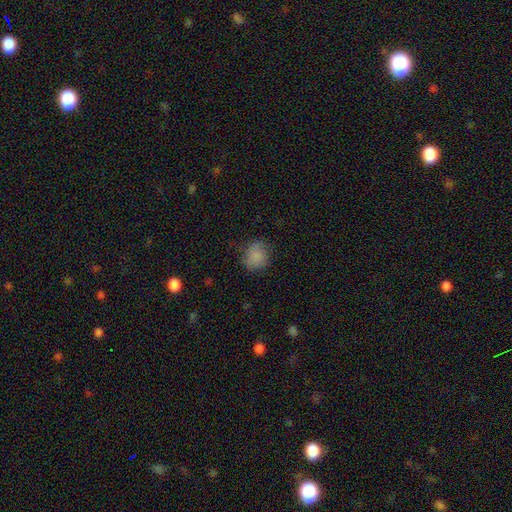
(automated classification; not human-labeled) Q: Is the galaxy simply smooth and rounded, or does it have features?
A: smooth — 83%.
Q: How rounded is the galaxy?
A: round — 73%.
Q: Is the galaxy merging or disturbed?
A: none — 72%.